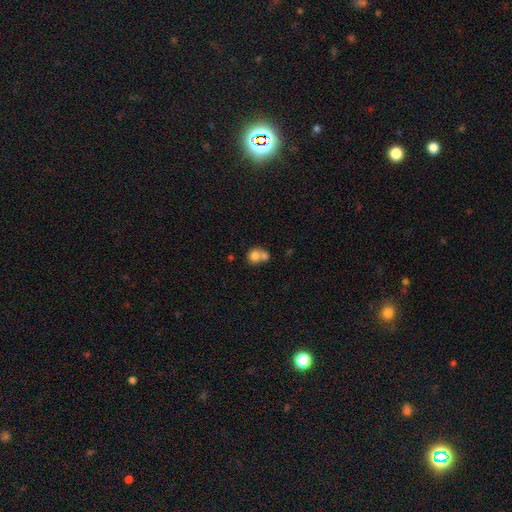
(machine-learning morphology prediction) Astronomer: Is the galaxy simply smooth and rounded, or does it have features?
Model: smooth — 75%.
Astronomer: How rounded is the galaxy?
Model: round — 73%.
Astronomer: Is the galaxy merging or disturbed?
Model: merger — 62%.